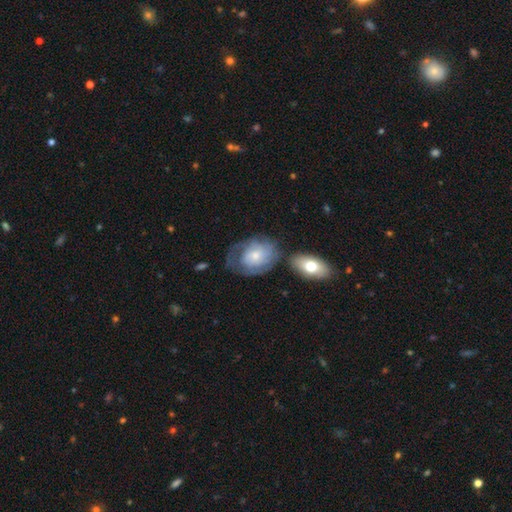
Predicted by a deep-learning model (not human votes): Q: Smooth or featured?
A: featured or disk (50%); runner-up: smooth (43%)
Q: Merging?
A: none (47%); runner-up: minor disturbance (26%)